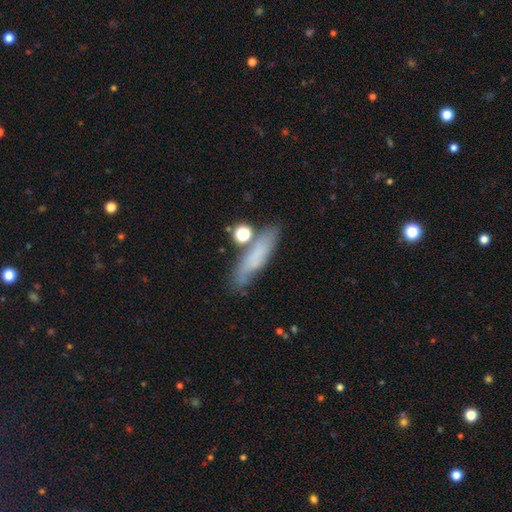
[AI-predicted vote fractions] Smooth or featured: smooth — 63% (featured or disk — 26%)
How rounded: cigar-shaped — 68% (in between — 27%)
Merging: none — 64% (minor disturbance — 19%)